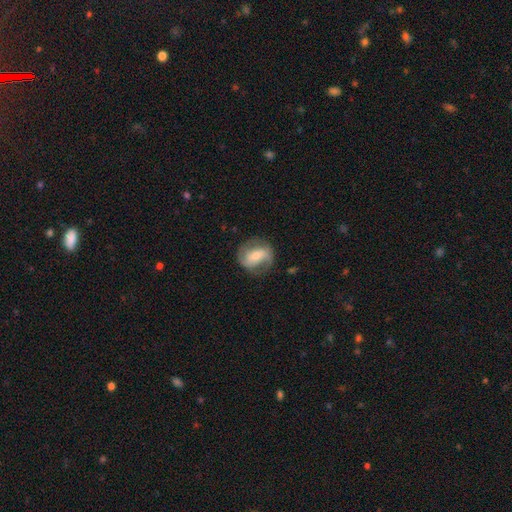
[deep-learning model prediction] The model was most divided on "bulge size": moderate: 48%, small: 45%, large: 4%, none: 2%, dominant: 1%. Remaining: edge-on disk — no (97%); spiral arms — yes (90%); spiral arm count — 2 (76%); merging — none (73%); smooth or featured — featured or disk (71%); spiral winding — medium (45%); bar — weak (39%).